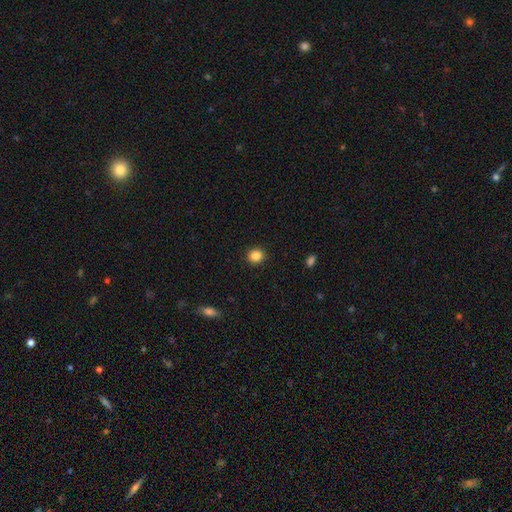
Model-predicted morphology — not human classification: A smooth galaxy with no disk features (86%) that is round (85%).

Vote fractions:
- Smooth or featured? smooth: 86% / star or artifact: 10% / featured or disk: 4%
- How rounded? round: 85% / in between: 14% / cigar-shaped: 1%
- Merging? none: 92% / minor disturbance: 5% / major disturbance: 2% / merger: 1%